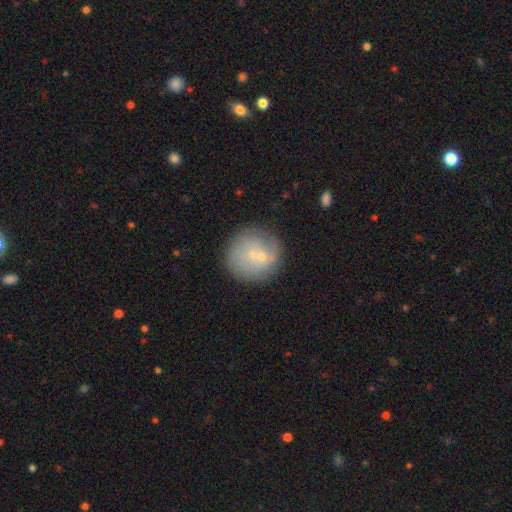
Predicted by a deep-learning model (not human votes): Smooth or featured? Predicted: smooth (p=0.58). How rounded? Predicted: round (p=0.92). Merging? Predicted: none (p=0.60).